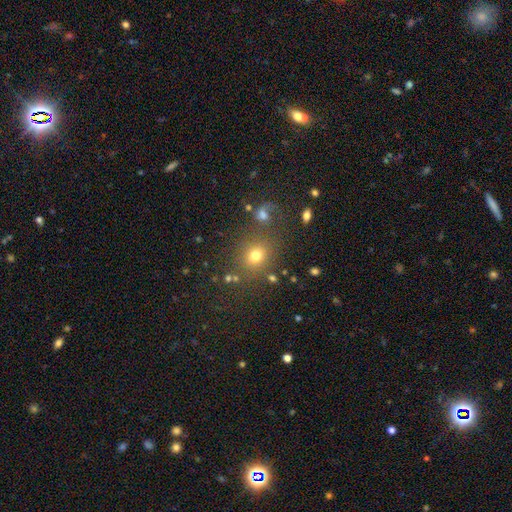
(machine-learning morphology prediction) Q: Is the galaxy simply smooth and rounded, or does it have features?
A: smooth — 73%.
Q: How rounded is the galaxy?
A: round — 69%.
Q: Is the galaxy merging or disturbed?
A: none — 69%.